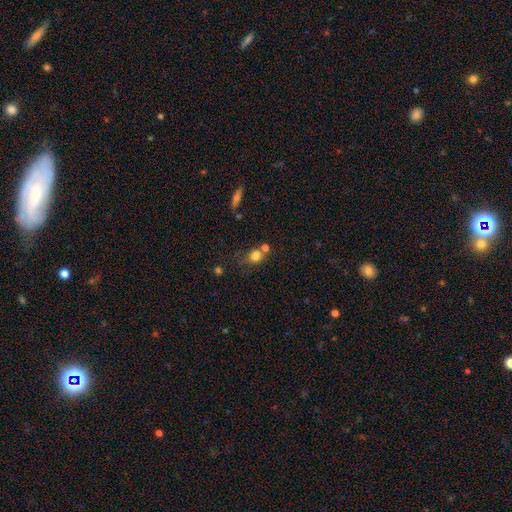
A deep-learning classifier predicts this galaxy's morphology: Smooth or featured?
  - smooth: 78% *
  - star or artifact: 13%
  - featured or disk: 9%
How rounded?
  - round: 77% *
  - in between: 22%
  - cigar-shaped: 1%
Merging?
  - none: 49% *
  - merger: 31%
  - minor disturbance: 13%
  - major disturbance: 7%